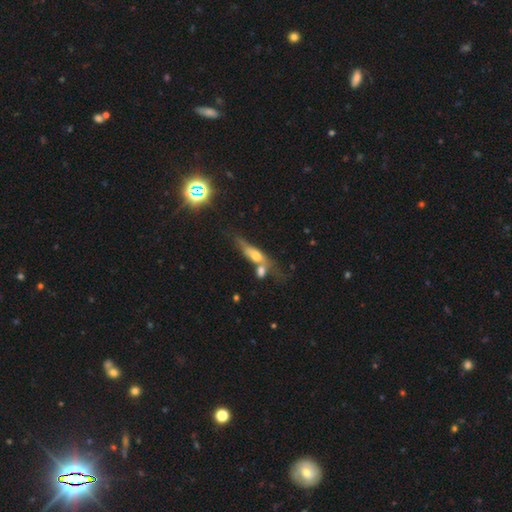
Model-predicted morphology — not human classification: Smooth or featured? featured or disk (47%)
Merging? none (41%)